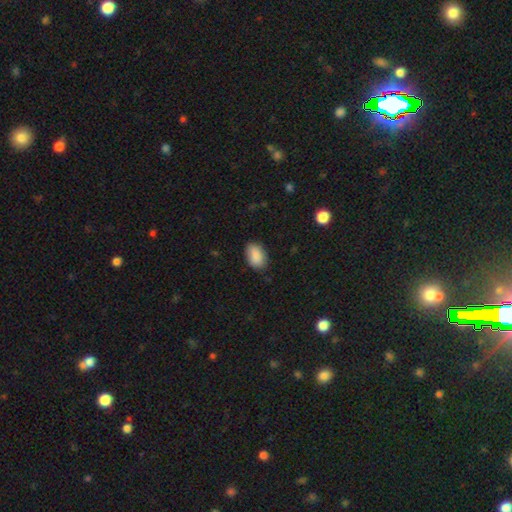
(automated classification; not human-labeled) This is clearly a smooth galaxy (88%). How rounded: clearly in between (90%). Merging: clearly none (82%).